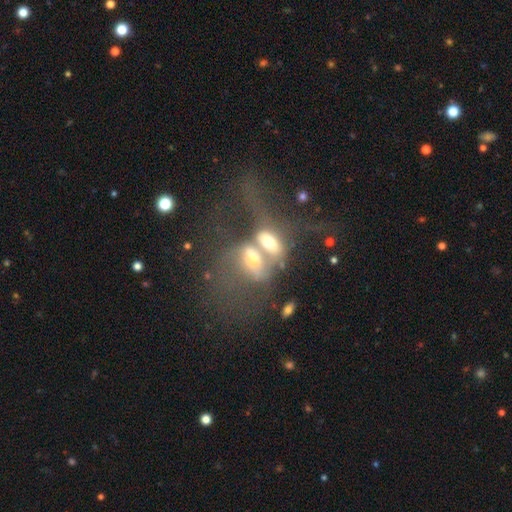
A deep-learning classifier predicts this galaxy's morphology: This is possibly a featured or disk galaxy (56%). It is clearly not viewed edge-on (85%). Merging: likely merger (76%).